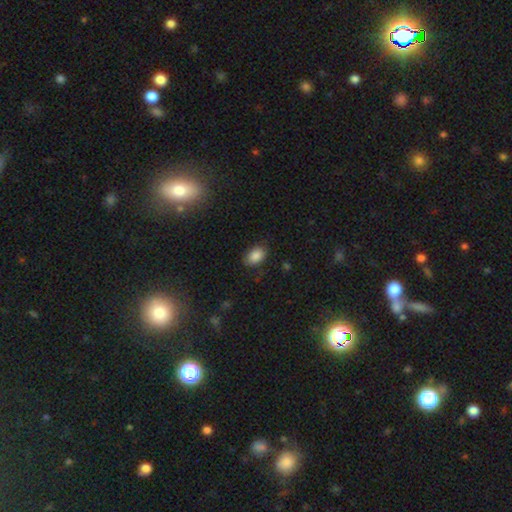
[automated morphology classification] Smooth or featured: smooth — 88% (star or artifact — 8%)
How rounded: in between — 87% (round — 12%)
Merging: none — 83% (minor disturbance — 13%)